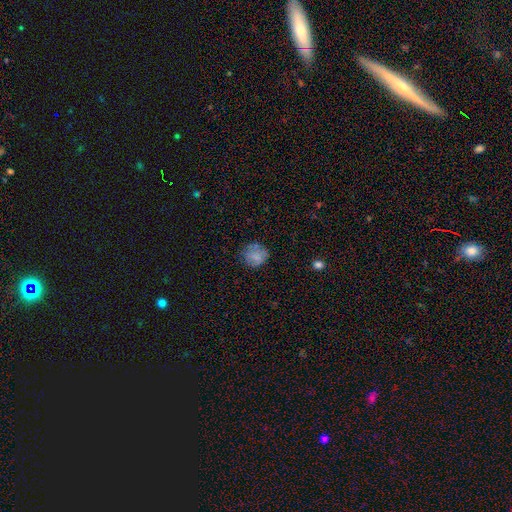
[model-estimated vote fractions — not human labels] Overall: smooth (76%). How rounded: round (78%). Merging: none (69%).